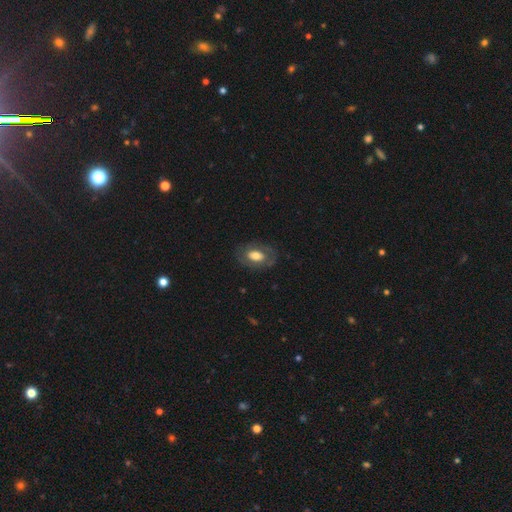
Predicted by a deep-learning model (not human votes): smooth-or-featured: smooth: 55% | featured or disk: 38% | star or artifact: 7%
  how-rounded: in between: 86% | round: 12% | cigar-shaped: 2%
  merging: none: 76% | minor disturbance: 15% | major disturbance: 8% | merger: 1%